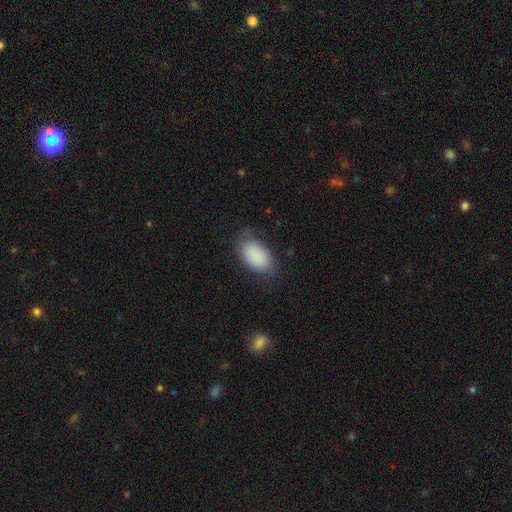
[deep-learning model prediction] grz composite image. It shows a smooth galaxy with no disk features (87%) that is in between round and cigar-shaped (93%). Merging: none (71%).